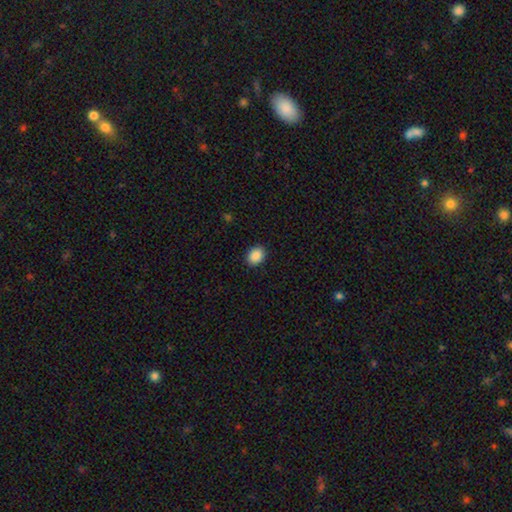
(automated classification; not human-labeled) This appears to be a smooth galaxy with no disk features (89%) that is in between round and cigar-shaped (59%). Merging: none (90%).